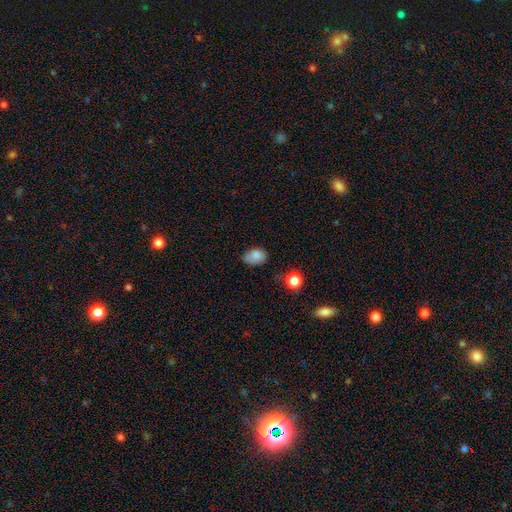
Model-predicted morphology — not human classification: This appears to be a smooth galaxy with no disk features (81%) that is in between round and cigar-shaped (77%). Merging: none (54%).